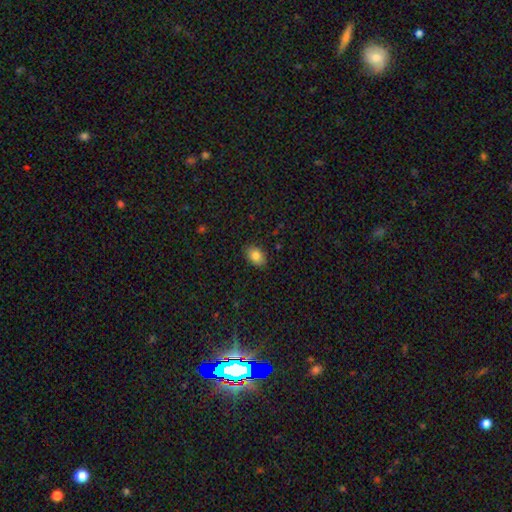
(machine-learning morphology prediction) A smooth galaxy with no disk features (85%) that is in between round and cigar-shaped (80%).

Vote fractions:
- Smooth or featured? smooth: 85% / star or artifact: 9% / featured or disk: 7%
- How rounded? in between: 80% / round: 19% / cigar-shaped: 1%
- Merging? none: 87% / minor disturbance: 10% / major disturbance: 2% / merger: 1%